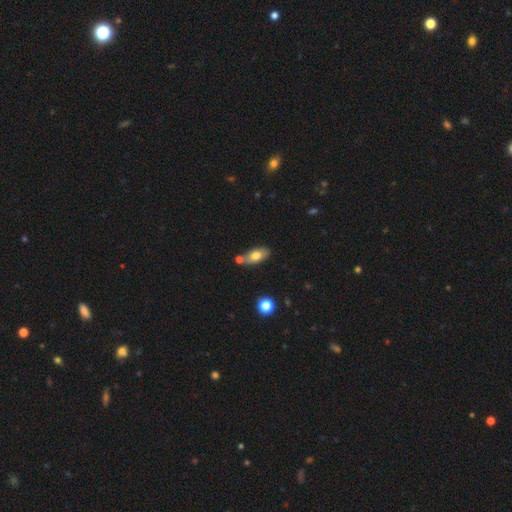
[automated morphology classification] smooth 71%, featured or disk 22%, star or artifact 8%. Down the decision tree: how rounded — in between (85%); merging — none (64%).